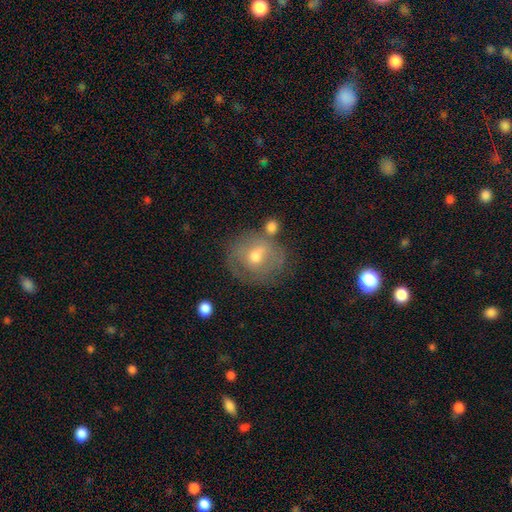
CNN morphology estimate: Smooth or featured? featured or disk (50%)
Merging? none (65%)